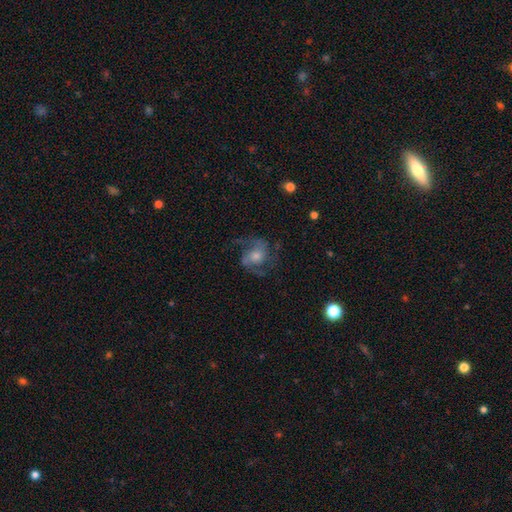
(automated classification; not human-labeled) Smooth or featured? featured or disk (80%)
Edge-on disk? no (98%)
Bar? no (61%)
Spiral arms? yes (95%)
Spiral winding? medium (56%)
Spiral arm count? 2 (71%)
Bulge size? moderate (48%)
Merging? none (69%)